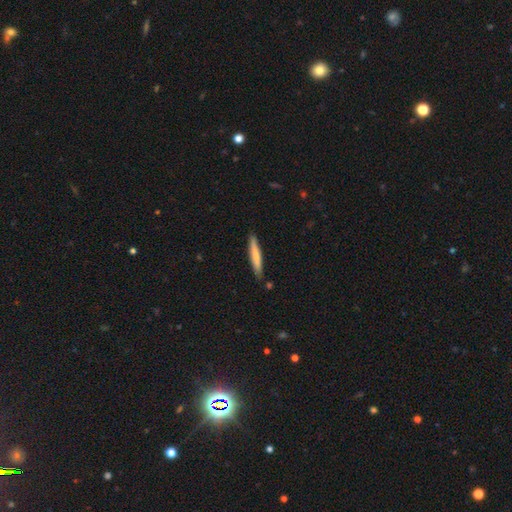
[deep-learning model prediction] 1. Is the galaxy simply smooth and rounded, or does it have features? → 71% smooth, 24% featured or disk, 5% star or artifact.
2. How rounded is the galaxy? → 94% cigar-shaped, 5% in between, 1% round.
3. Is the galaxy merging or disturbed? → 87% none, 10% minor disturbance, 2% merger, 2% major disturbance.